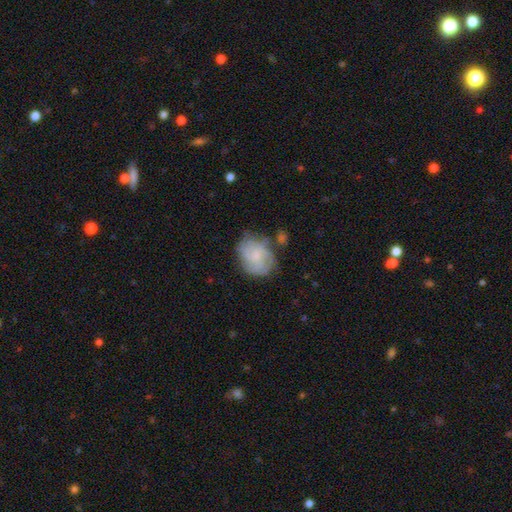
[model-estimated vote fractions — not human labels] Overall: featured or disk (56%; smooth 37%). Edge-on disk: no (98%). Bar: no (68%; weak 29%). Spiral arms: yes (86%). Bulge size: small (58%; moderate 21%). Merging: none (62%; minor disturbance 23%).